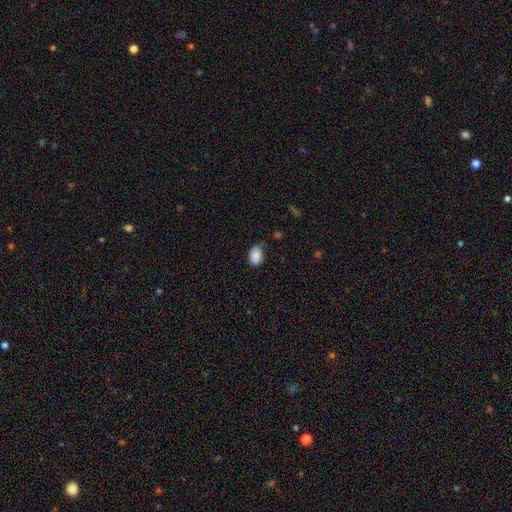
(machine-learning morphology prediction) Smooth or featured? Predicted: smooth (p=0.88). How rounded? Predicted: in between (p=0.85). Merging? Predicted: none (p=0.67).